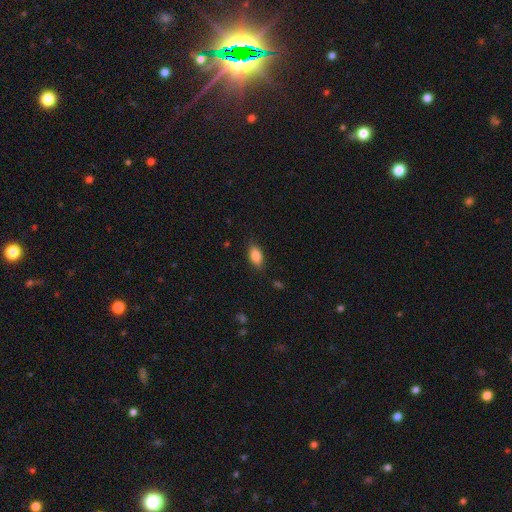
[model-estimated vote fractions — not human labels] Q: Smooth or featured?
A: smooth (86%); runner-up: star or artifact (8%)
Q: How rounded?
A: in between (89%); runner-up: cigar-shaped (6%)
Q: Merging?
A: none (82%); runner-up: minor disturbance (13%)